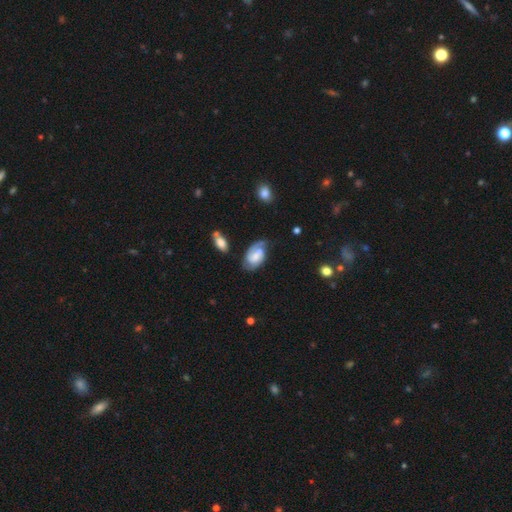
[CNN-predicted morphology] A featured or disk galaxy (67%) with no bar (47%), 2 (69%) medium (43%) spiral arms (91%) and a small central bulge (35%).

Vote fractions:
- Smooth or featured? featured or disk: 67% / smooth: 26% / star or artifact: 7%
- Edge-on disk? no: 96% / yes: 4%
- Bar? no: 47% / weak: 42% / strong: 11%
- Spiral arms? yes: 91% / no: 9%
- Spiral winding? medium: 43% / tight: 36% / loose: 21%
- Spiral arm count? 2: 69% / 1: 16% / can't tell: 11% / 3: 2% / 4: 1% / more than 4: 1%
- Bulge size? small: 35% / moderate: 32% / none: 20% / large: 11% / dominant: 2%
- Merging? none: 54% / minor disturbance: 26% / major disturbance: 14% / merger: 7%